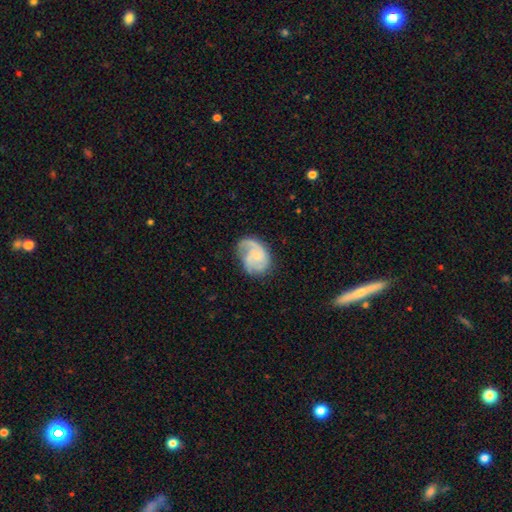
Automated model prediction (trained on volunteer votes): Overall: featured or disk (81%). Edge-on disk: no (98%). Bar: no (68%). Spiral arms: yes (96%). Spiral arm count: 2 (49%; 3 19%). Spiral winding: medium (45%; tight 37%). Bulge size: small (67%). Merging: none (59%; minor disturbance 25%).